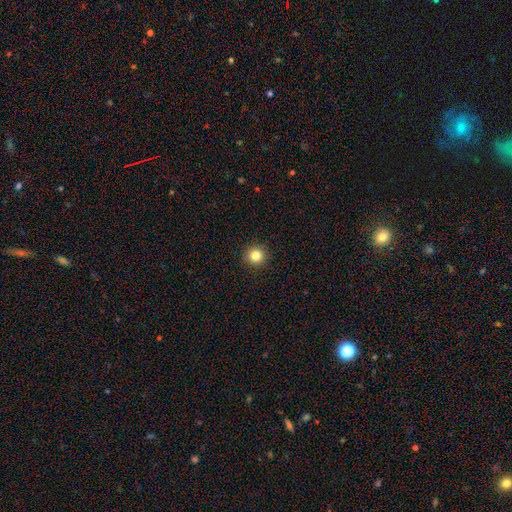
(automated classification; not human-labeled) smooth 83%, star or artifact 12%, featured or disk 5%. Down the decision tree: how rounded — round (95%); merging — none (93%).